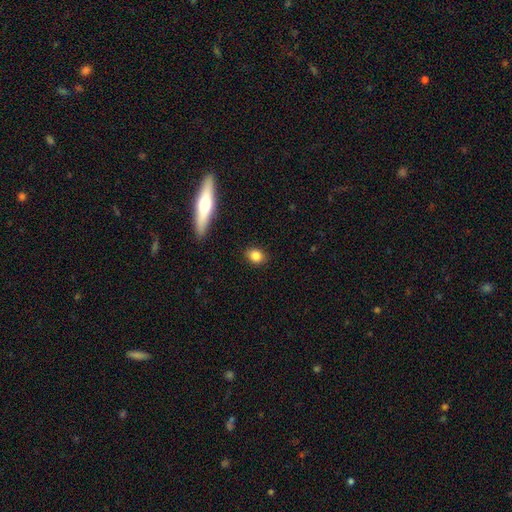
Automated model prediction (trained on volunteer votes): smooth-or-featured: smooth: 84% | star or artifact: 9% | featured or disk: 7%
  how-rounded: in between: 58% | round: 40% | cigar-shaped: 3%
  merging: none: 88% | minor disturbance: 9% | major disturbance: 2% | merger: 1%